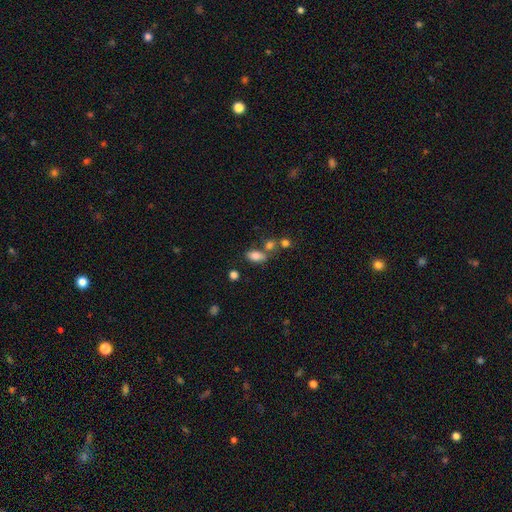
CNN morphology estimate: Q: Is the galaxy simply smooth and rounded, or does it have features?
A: smooth — 81%.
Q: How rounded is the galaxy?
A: in between — 88%.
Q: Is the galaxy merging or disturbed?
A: none — 57%.